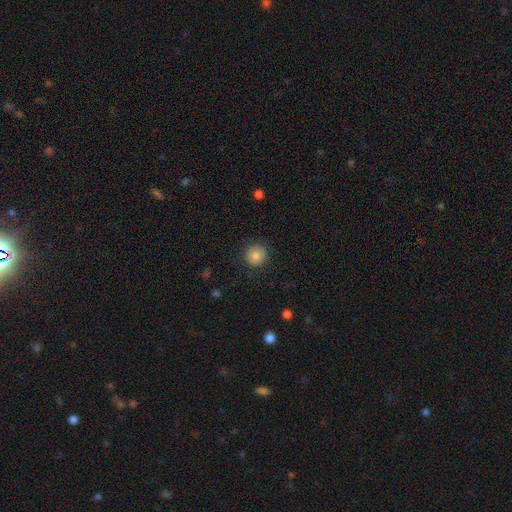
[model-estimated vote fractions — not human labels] A smooth galaxy with no disk features (85%) that is round (93%).

Vote fractions:
- Smooth or featured? smooth: 85% / star or artifact: 10% / featured or disk: 6%
- How rounded? round: 93% / in between: 6% / cigar-shaped: 1%
- Merging? none: 88% / minor disturbance: 9% / major disturbance: 3% / merger: 1%